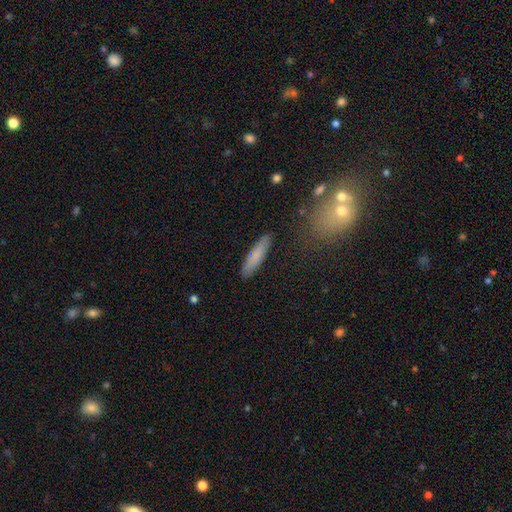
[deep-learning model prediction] This is likely a smooth galaxy (77%). How rounded: clearly cigar-shaped (82%). Merging: clearly none (87%).